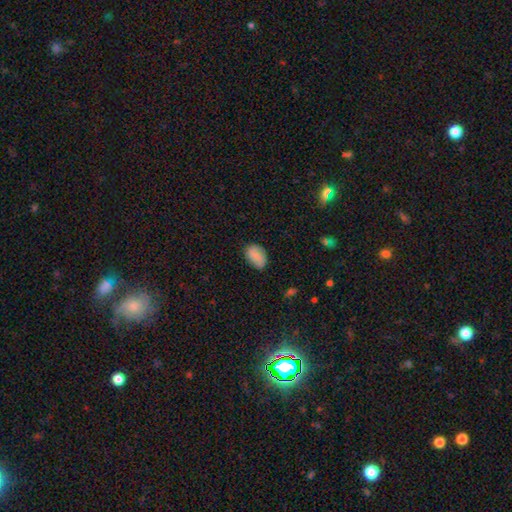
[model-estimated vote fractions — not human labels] A smooth galaxy with no disk features (86%) that is in between round and cigar-shaped (84%). Merging: none (77%).